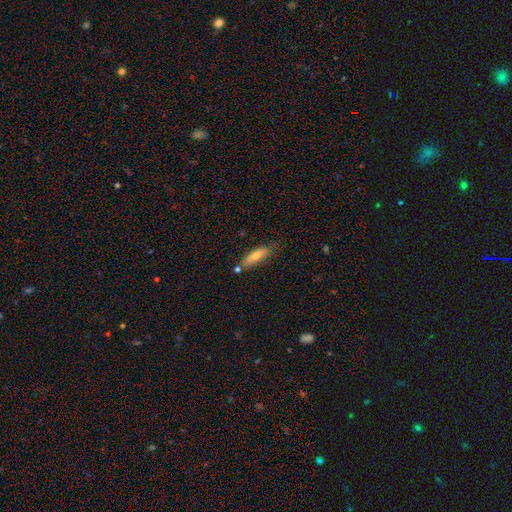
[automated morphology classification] smooth_or_featured: smooth (p=0.63) [alt: featured or disk p=0.30]
how_rounded: cigar-shaped (p=0.61) [alt: in between p=0.36]
merging: none (p=0.72) [alt: minor disturbance p=0.18]